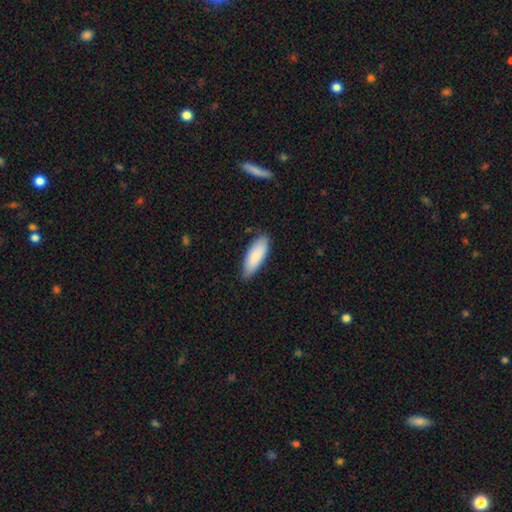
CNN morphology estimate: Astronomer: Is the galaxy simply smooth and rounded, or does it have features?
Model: smooth — 85%.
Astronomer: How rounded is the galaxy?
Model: in between — 72%.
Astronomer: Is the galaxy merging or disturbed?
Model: none — 80%.